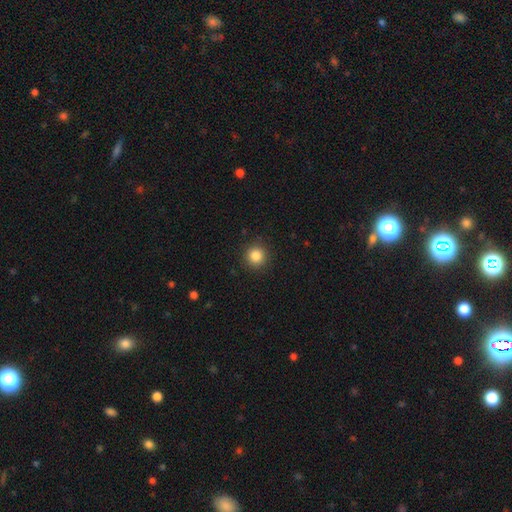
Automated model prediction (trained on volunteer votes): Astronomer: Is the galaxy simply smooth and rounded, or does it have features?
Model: smooth — 85%.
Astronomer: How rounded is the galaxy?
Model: round — 94%.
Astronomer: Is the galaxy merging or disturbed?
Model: none — 91%.